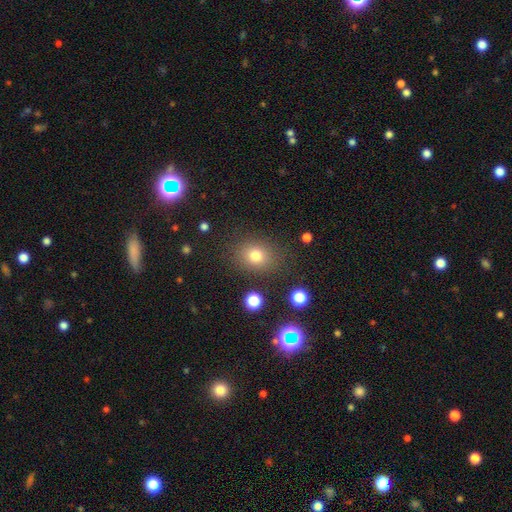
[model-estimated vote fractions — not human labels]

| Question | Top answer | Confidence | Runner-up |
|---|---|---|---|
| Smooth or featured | smooth | 77% | star or artifact (15%) |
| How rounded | round | 55% | in between (44%) |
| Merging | none | 82% | minor disturbance (11%) |